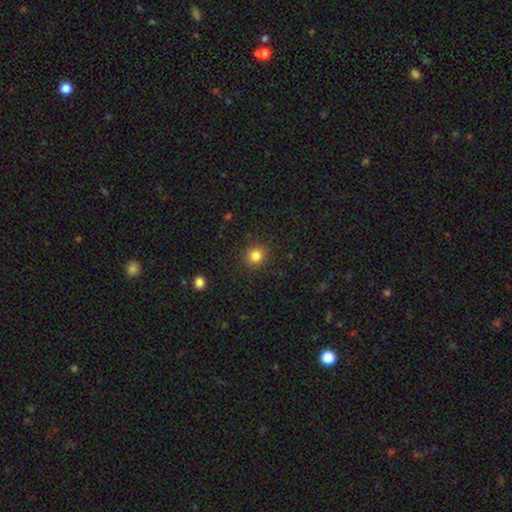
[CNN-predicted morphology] A smooth galaxy with no disk features (83%) that is round (90%). Merging: none (90%).